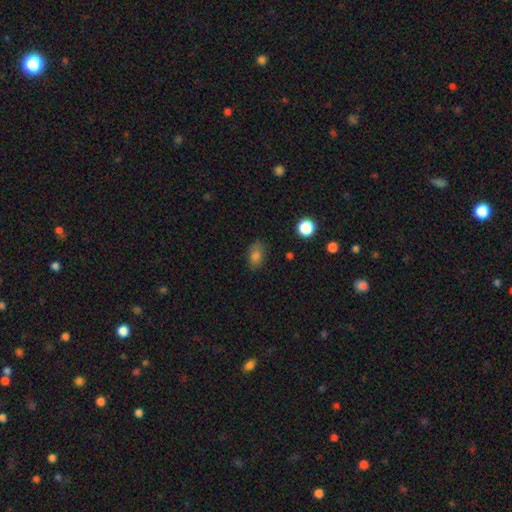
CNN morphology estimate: Smooth or featured?
  - smooth: 79% *
  - star or artifact: 13%
  - featured or disk: 8%
How rounded?
  - in between: 83% *
  - round: 15%
  - cigar-shaped: 2%
Merging?
  - none: 81% *
  - minor disturbance: 14%
  - major disturbance: 3%
  - merger: 2%